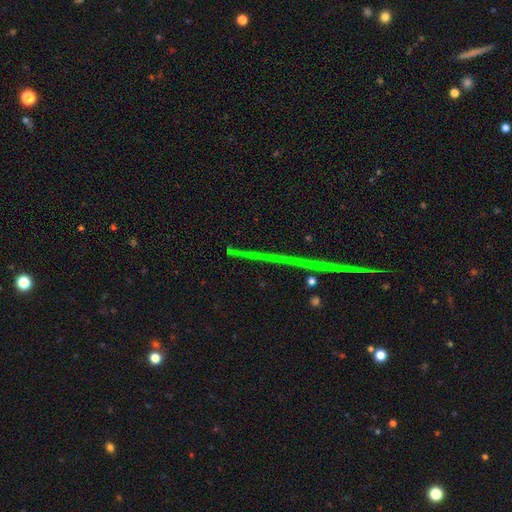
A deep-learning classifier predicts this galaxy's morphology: Smooth or featured? Predicted: star or artifact (p=0.79).